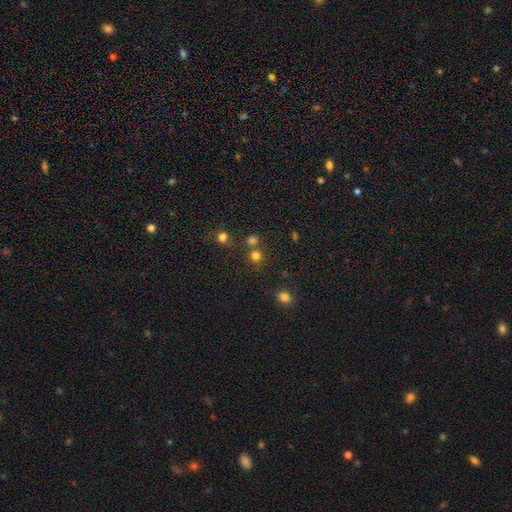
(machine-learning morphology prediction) smooth-or-featured: smooth: 75% | star or artifact: 19% | featured or disk: 6%
  how-rounded: round: 90% | in between: 9% | cigar-shaped: 1%
  merging: none: 65% | merger: 24% | minor disturbance: 7% | major disturbance: 4%